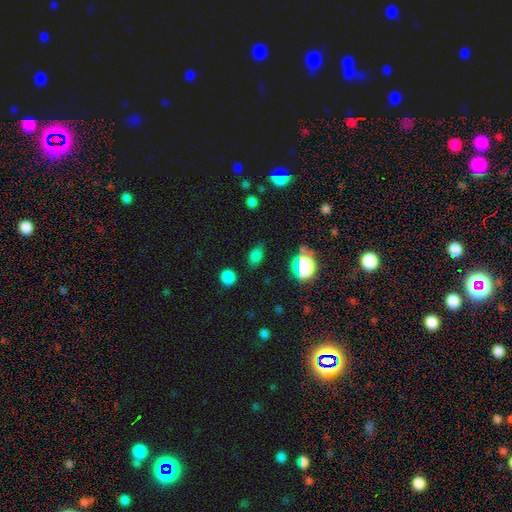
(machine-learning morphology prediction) The model was most divided on "smooth or featured": smooth: 73%, star or artifact: 21%, featured or disk: 7%. More confident: merging — none (78%); how rounded — in between (76%).